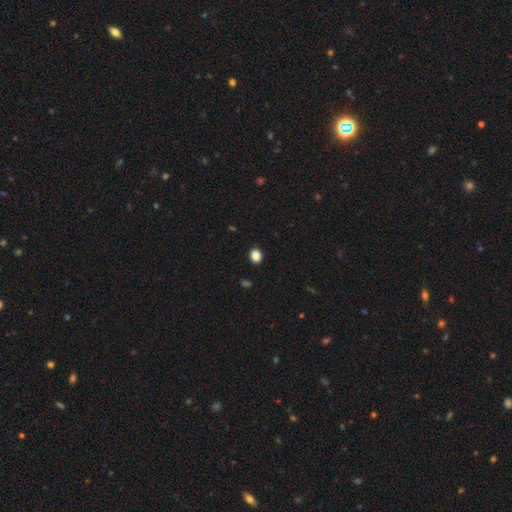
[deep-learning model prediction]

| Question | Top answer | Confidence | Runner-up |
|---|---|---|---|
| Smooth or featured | smooth | 86% | star or artifact (10%) |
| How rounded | in between | 56% | round (43%) |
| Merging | none | 91% | minor disturbance (6%) |